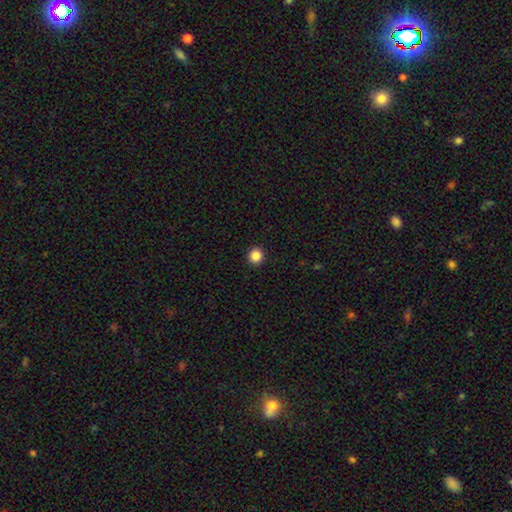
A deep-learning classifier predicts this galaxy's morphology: Overall: smooth (86%). How rounded: round (94%). Merging: none (94%).